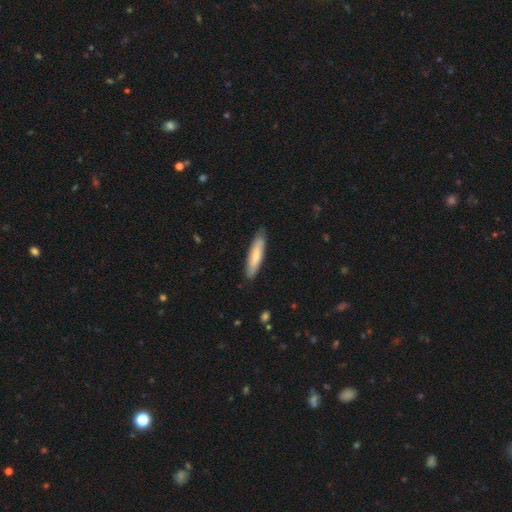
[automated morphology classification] A smooth galaxy with no disk features (72%) that is cigar-shaped (77%). Merging: none (84%).